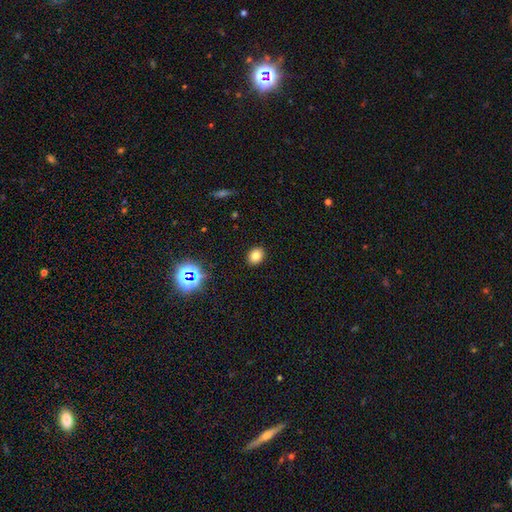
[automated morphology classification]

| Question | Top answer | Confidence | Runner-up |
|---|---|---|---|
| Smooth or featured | smooth | 79% | star or artifact (15%) |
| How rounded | round | 51% | in between (48%) |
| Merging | none | 90% | minor disturbance (7%) |